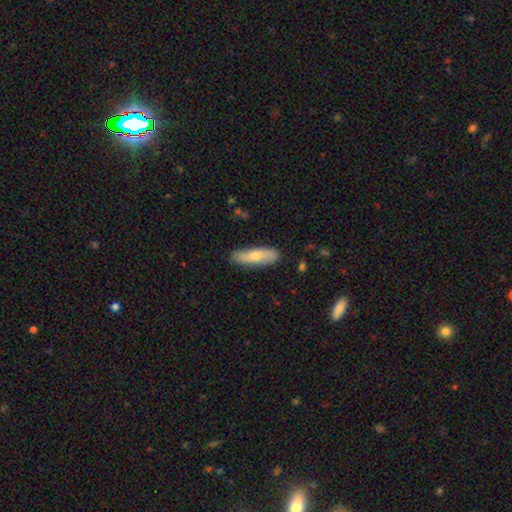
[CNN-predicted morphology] Smooth or featured? smooth (71%)
How rounded? cigar-shaped (55%)
Merging? none (83%)